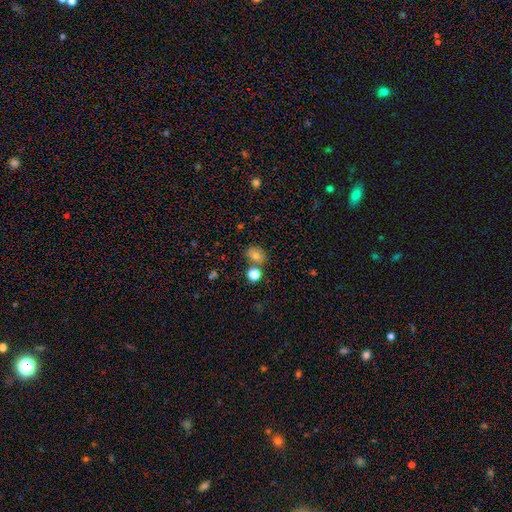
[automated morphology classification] Smooth or featured?
  - smooth: 75% *
  - star or artifact: 14%
  - featured or disk: 11%
How rounded?
  - in between: 53% *
  - round: 46%
  - cigar-shaped: 1%
Merging?
  - none: 68% *
  - merger: 15%
  - minor disturbance: 13%
  - major disturbance: 4%